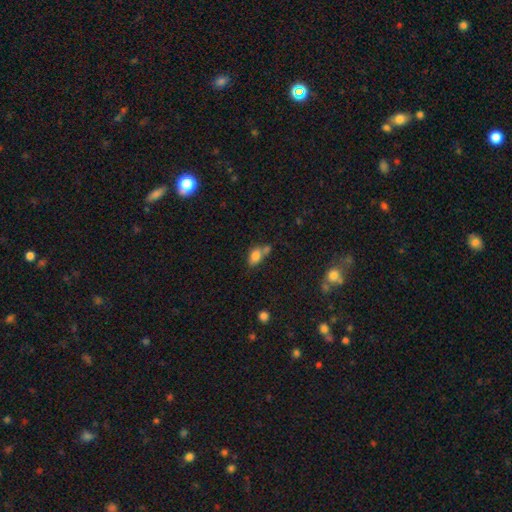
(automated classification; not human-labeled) The model was most divided on "merging" (2-way tie): merger: 38%, none: 38%, minor disturbance: 16%, major disturbance: 7%. More confident: how rounded — in between (81%); smooth or featured — smooth (78%).